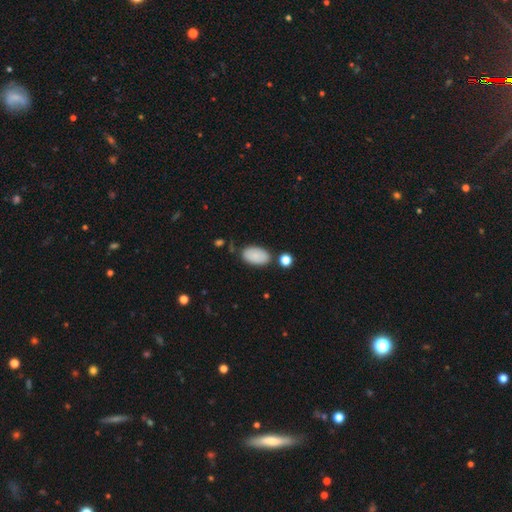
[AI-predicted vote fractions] Q: Smooth or featured?
A: smooth (86%); runner-up: featured or disk (7%)
Q: How rounded?
A: in between (95%); runner-up: round (4%)
Q: Merging?
A: none (77%); runner-up: minor disturbance (14%)